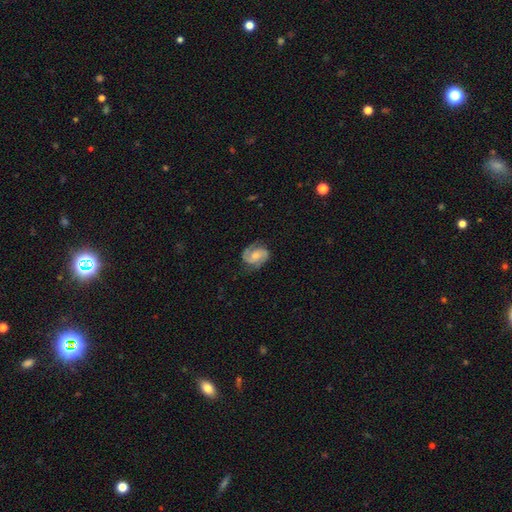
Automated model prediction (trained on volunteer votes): featured or disk 83%, smooth 12%, star or artifact 6%. Down the decision tree: edge-on disk — no (98%); bar — no (49%); spiral arms — yes (97%); spiral arm count — 2 (91%); spiral winding — medium (52%); bulge size — moderate (46%); merging — none (76%).